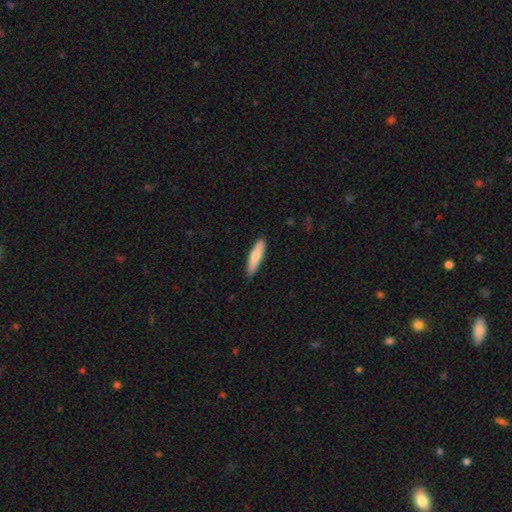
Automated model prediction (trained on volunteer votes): Smooth or featured? smooth (76%)
How rounded? cigar-shaped (75%)
Merging? none (84%)